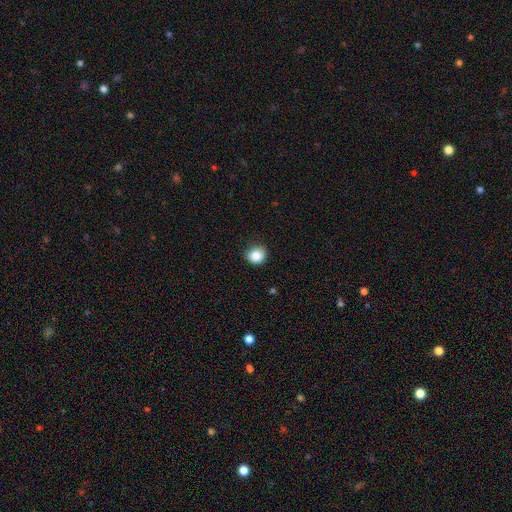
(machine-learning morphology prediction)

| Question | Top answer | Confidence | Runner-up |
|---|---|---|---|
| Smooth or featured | smooth | 85% | star or artifact (10%) |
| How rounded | round | 85% | in between (14%) |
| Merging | none | 82% | minor disturbance (14%) |